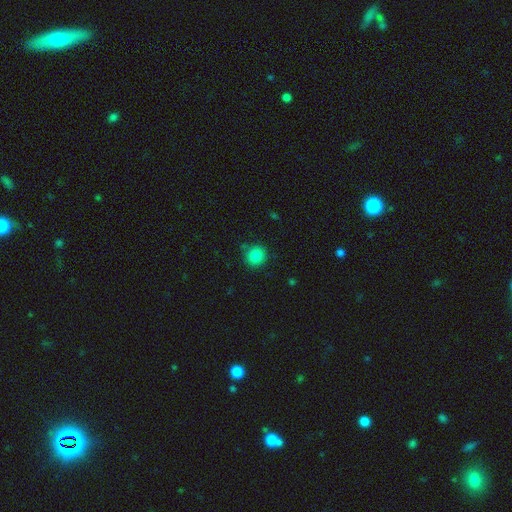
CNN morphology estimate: Smooth or featured? Predicted: smooth (p=0.85). How rounded? Predicted: round (p=0.90). Merging? Predicted: none (p=0.83).